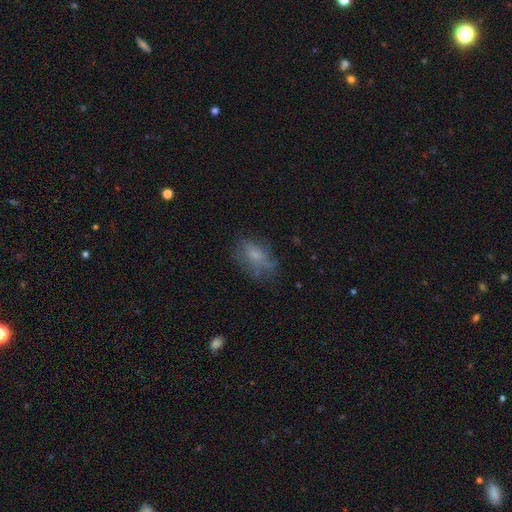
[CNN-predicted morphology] Overall: smooth (59%; featured or disk 29%). How rounded: in between (85%). Merging: none (55%; minor disturbance 26%).